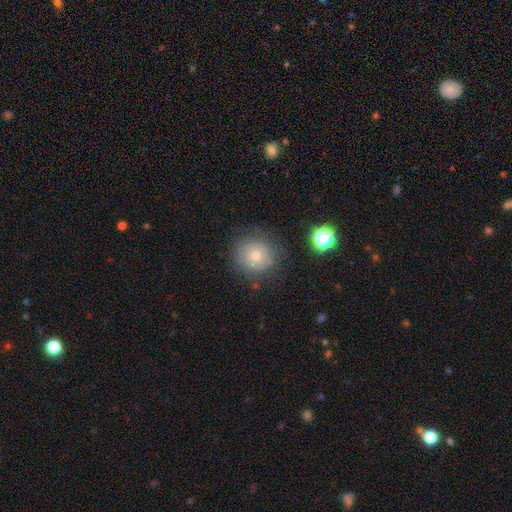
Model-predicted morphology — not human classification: Smooth or featured?
  - smooth: 48% *
  - featured or disk: 38%
  - star or artifact: 14%
Merging?
  - none: 78% *
  - minor disturbance: 14%
  - major disturbance: 6%
  - merger: 2%